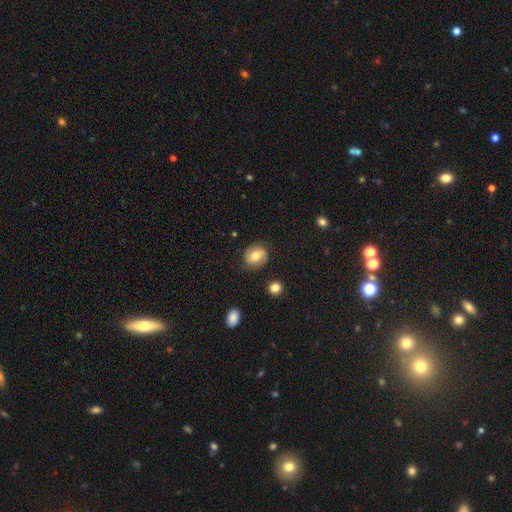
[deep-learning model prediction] A smooth galaxy with no disk features (69%) that is round (71%).

Vote fractions:
- Smooth or featured? smooth: 69% / featured or disk: 22% / star or artifact: 9%
- How rounded? round: 71% / in between: 28% / cigar-shaped: 1%
- Merging? none: 81% / minor disturbance: 14% / major disturbance: 3% / merger: 2%